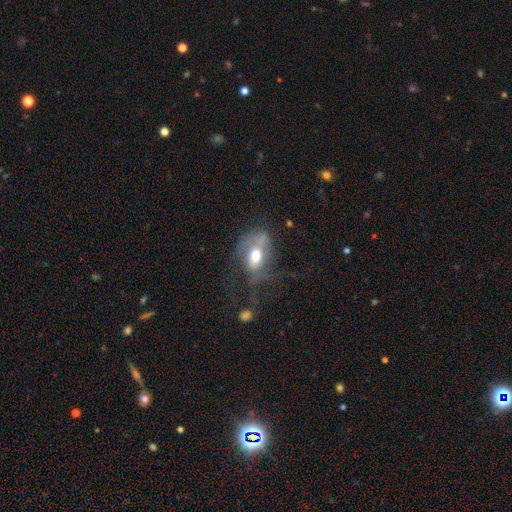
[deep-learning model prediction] Q: Smooth or featured?
A: smooth (50%); runner-up: featured or disk (41%)
Q: Merging?
A: major disturbance (43%); runner-up: none (28%)